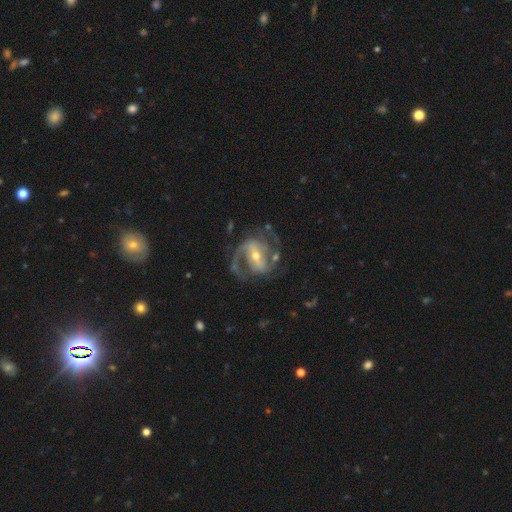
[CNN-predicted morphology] The model was most divided on "bulge size": moderate: 50%, small: 45%, large: 3%, none: 1%, dominant: 1%. Remaining: edge-on disk — no (97%); spiral arms — yes (96%); smooth or featured — featured or disk (89%); spiral arm count — 2 (81%); merging — none (66%); spiral winding — medium (55%); bar — strong (46%).